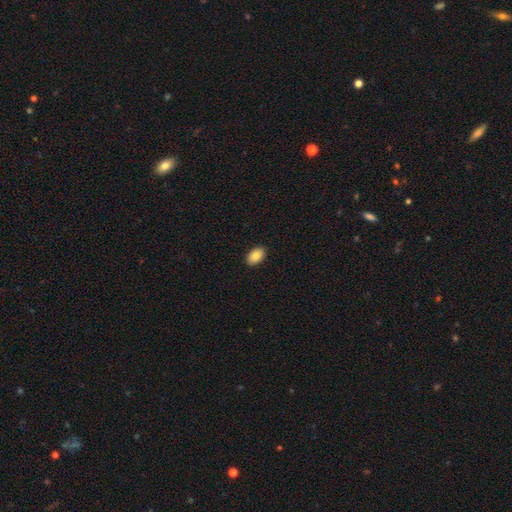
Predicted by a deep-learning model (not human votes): Q: Smooth or featured?
A: smooth (84%); runner-up: featured or disk (8%)
Q: How rounded?
A: in between (91%); runner-up: round (8%)
Q: Merging?
A: none (90%); runner-up: minor disturbance (8%)